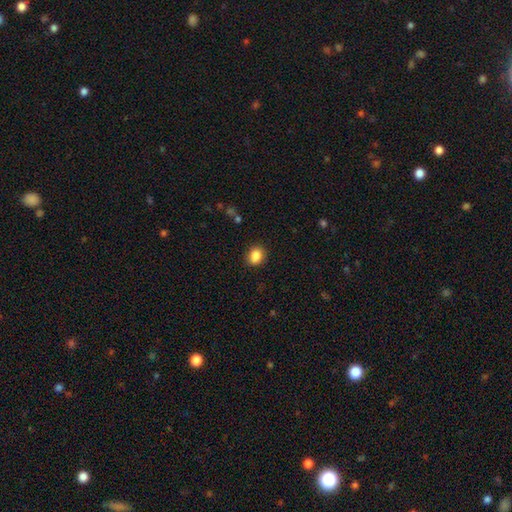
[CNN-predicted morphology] smooth 86%, star or artifact 9%, featured or disk 5%. Down the decision tree: how rounded — in between (50%); merging — none (86%).